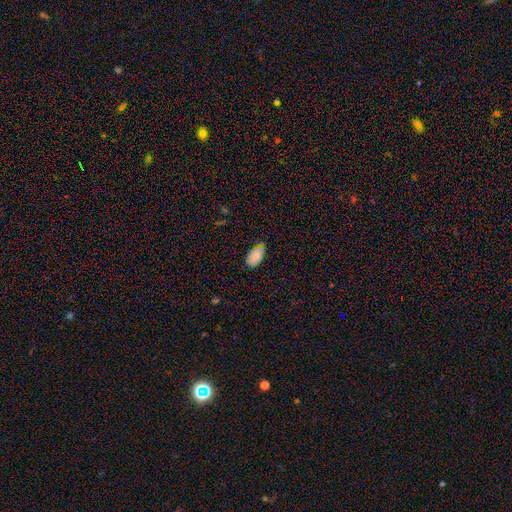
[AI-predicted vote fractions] Smooth or featured? Predicted: smooth (p=0.86). How rounded? Predicted: in between (p=0.94). Merging? Predicted: none (p=0.68).